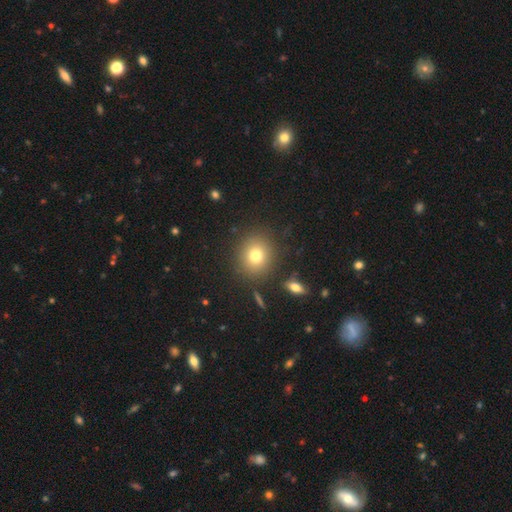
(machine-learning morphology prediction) type=smooth (76%); roundness=round (80%); merging=none (85%).